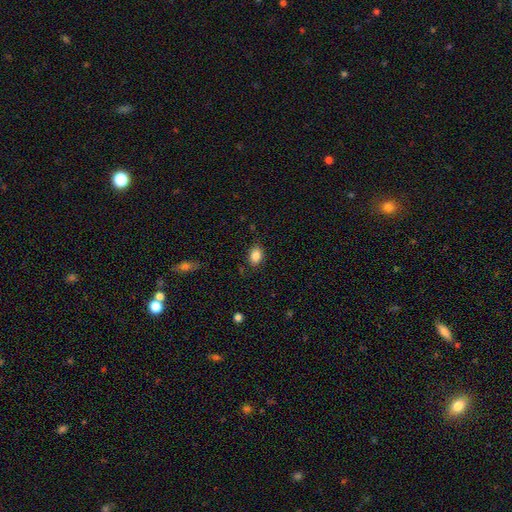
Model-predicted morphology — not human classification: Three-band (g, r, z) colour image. It shows a smooth galaxy with no disk features (85%) that is in between round and cigar-shaped (73%). Merging: none (83%).